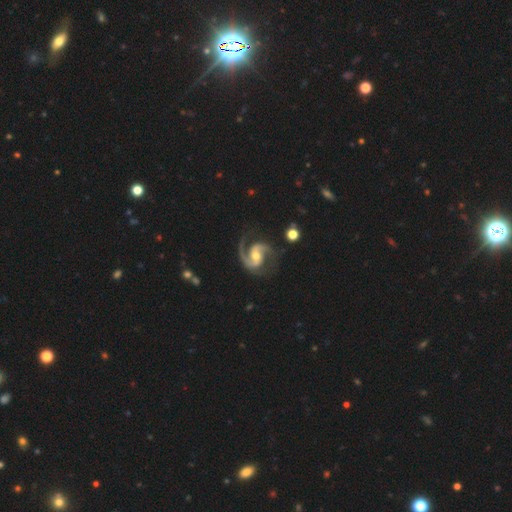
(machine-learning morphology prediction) Smooth or featured?
  - featured or disk: 93% *
  - star or artifact: 4%
  - smooth: 3%
Edge-on disk?
  - no: 98% *
  - yes: 2%
Bar?
  - weak: 42% *
  - no: 39%
  - strong: 19%
Spiral arms?
  - yes: 98% *
  - no: 2%
Spiral winding?
  - medium: 64% *
  - loose: 19%
  - tight: 18%
Spiral arm count?
  - 2: 90% *
  - 1: 5%
  - 3: 2%
  - can't tell: 2%
  - 4: 1%
  - more than 4: 1%
Bulge size?
  - moderate: 62% *
  - small: 30%
  - large: 5%
  - none: 2%
  - dominant: 1%
Merging?
  - none: 70% *
  - minor disturbance: 18%
  - major disturbance: 10%
  - merger: 2%